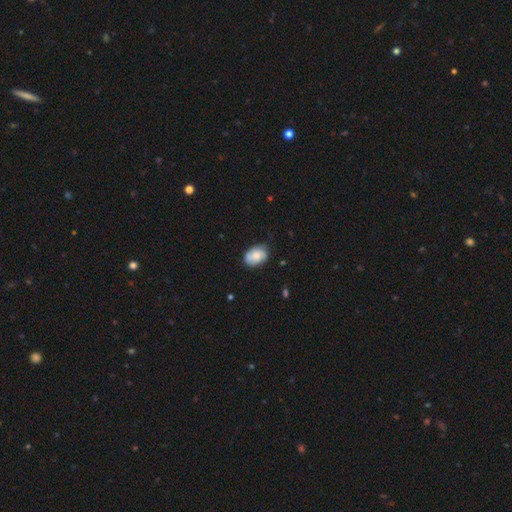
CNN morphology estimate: The model was most divided on "merging": none: 68%, minor disturbance: 26%, major disturbance: 5%, merger: 2%. More confident: how rounded — in between (78%); smooth or featured — smooth (72%).